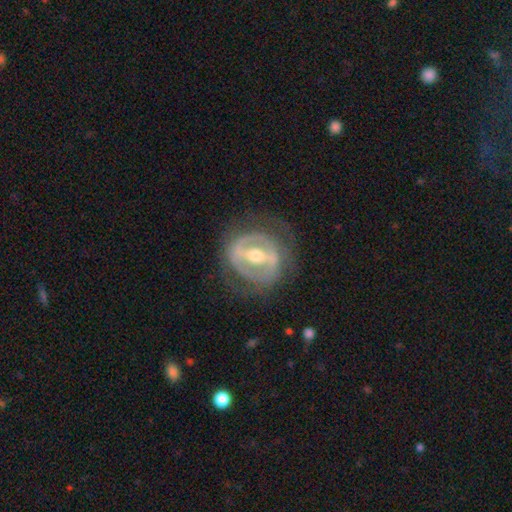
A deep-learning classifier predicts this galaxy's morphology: smooth_or_featured: featured or disk (p=0.80) [alt: smooth p=0.15]
disk_edge_on: no (p=0.93) [alt: yes p=0.07]
bar: strong (p=0.67) [alt: weak p=0.23]
has_spiral_arms: no (p=0.59) [alt: yes p=0.41]
bulge_size: moderate (p=0.69) [alt: small p=0.24]
merging: none (p=0.72) [alt: minor disturbance p=0.15]